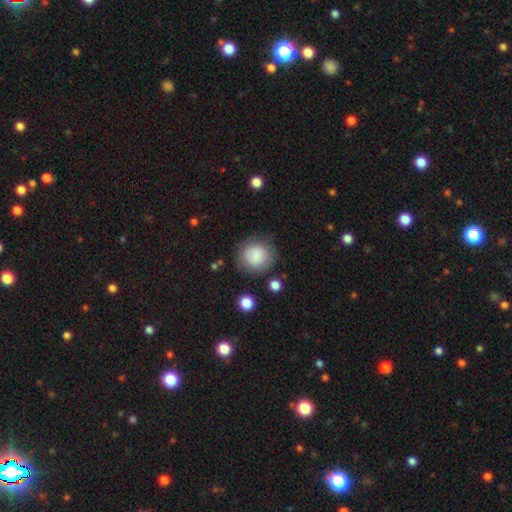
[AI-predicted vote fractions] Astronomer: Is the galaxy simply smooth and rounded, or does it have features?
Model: smooth — 83%.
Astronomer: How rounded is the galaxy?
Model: round — 89%.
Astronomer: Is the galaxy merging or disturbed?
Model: none — 78%.